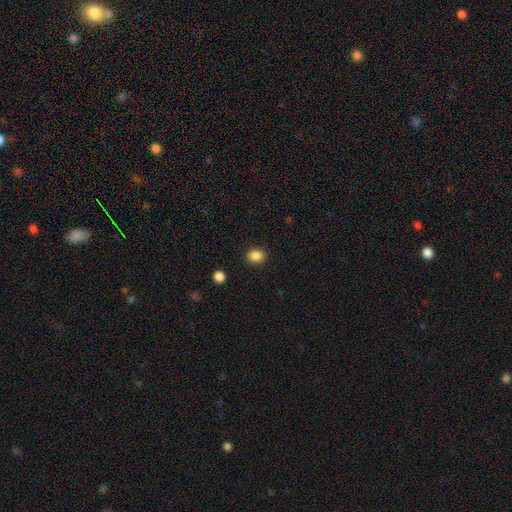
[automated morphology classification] Smooth or featured? smooth (87%)
How rounded? round (65%)
Merging? none (90%)